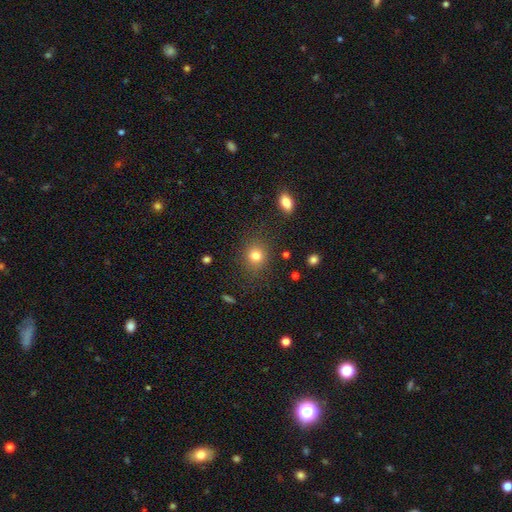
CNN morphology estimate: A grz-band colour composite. It shows a smooth galaxy with no disk features (79%) that is round (77%). Merging: none (85%).